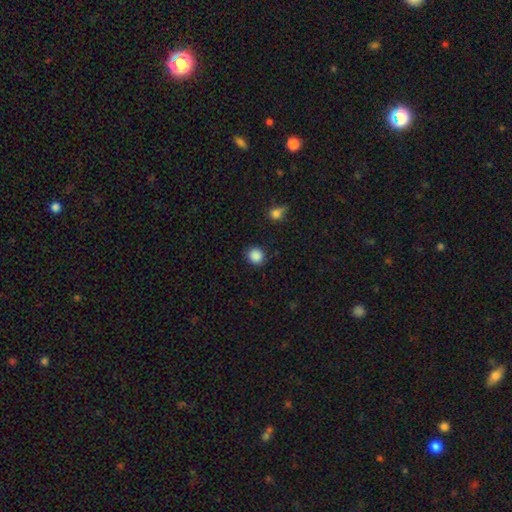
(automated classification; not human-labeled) A smooth galaxy with no disk features (88%) that is round (90%).

Vote fractions:
- Smooth or featured? smooth: 88% / star or artifact: 10% / featured or disk: 3%
- How rounded? round: 90% / in between: 9% / cigar-shaped: 1%
- Merging? none: 88% / minor disturbance: 7% / major disturbance: 3% / merger: 2%